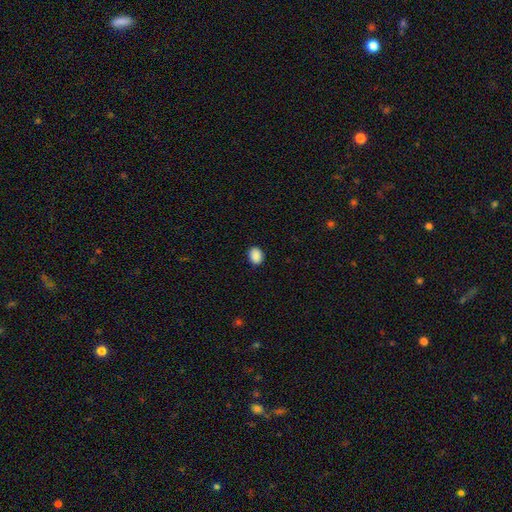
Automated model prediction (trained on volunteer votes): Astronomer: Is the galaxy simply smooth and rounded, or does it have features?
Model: smooth — 90%.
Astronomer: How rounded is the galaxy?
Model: in between — 55% (runner-up: round, 44%).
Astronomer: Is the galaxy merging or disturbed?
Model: none — 89%.